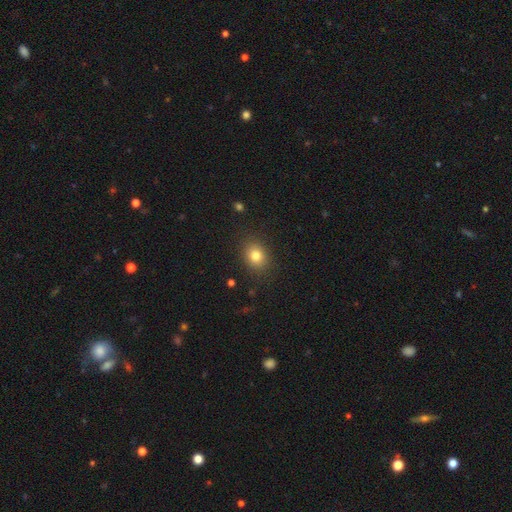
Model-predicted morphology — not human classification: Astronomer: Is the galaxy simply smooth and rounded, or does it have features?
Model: smooth — 81%.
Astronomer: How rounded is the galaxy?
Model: round — 54% (runner-up: in between, 45%).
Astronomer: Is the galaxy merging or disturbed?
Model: none — 87%.